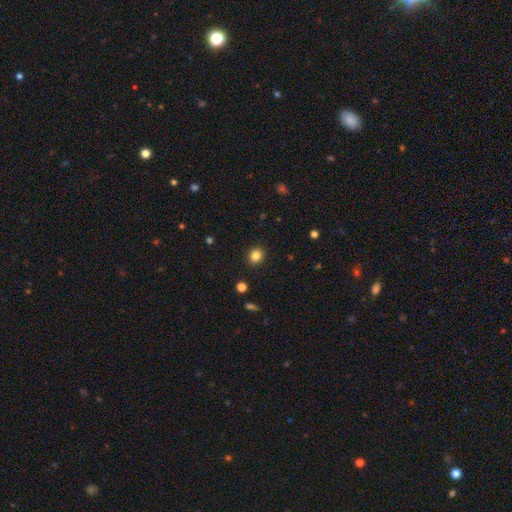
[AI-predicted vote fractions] Q: Smooth or featured?
A: smooth (84%); runner-up: star or artifact (12%)
Q: How rounded?
A: round (83%); runner-up: in between (16%)
Q: Merging?
A: none (91%); runner-up: minor disturbance (6%)